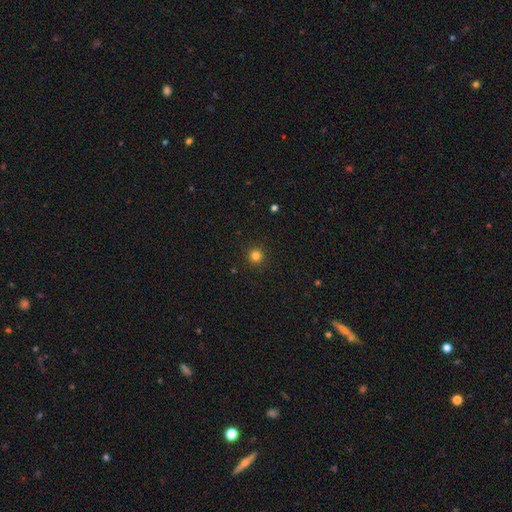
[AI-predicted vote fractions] Q: Smooth or featured?
A: smooth (82%); runner-up: star or artifact (14%)
Q: How rounded?
A: round (95%); runner-up: in between (4%)
Q: Merging?
A: none (93%); runner-up: minor disturbance (5%)